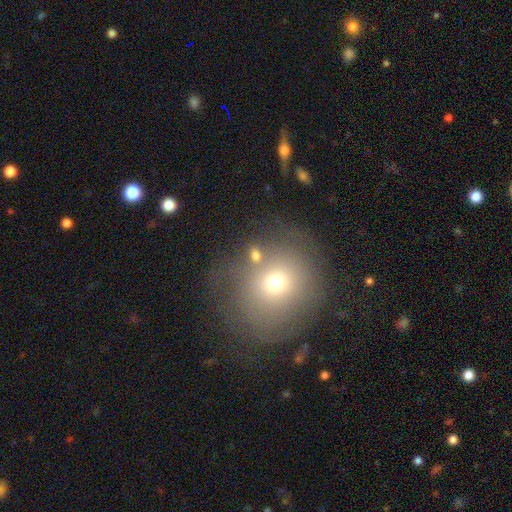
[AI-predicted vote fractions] Q: Smooth or featured?
A: smooth (66%); runner-up: star or artifact (19%)
Q: How rounded?
A: round (65%); runner-up: in between (33%)
Q: Merging?
A: none (60%); runner-up: merger (16%)